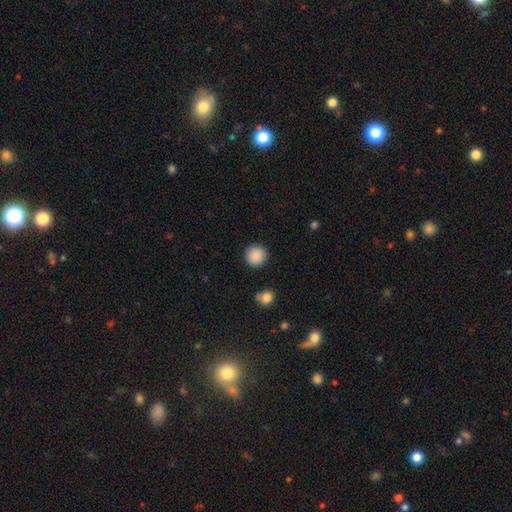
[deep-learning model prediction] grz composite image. It shows a smooth galaxy with no disk features (89%) that is round (95%). Merging: none (92%).